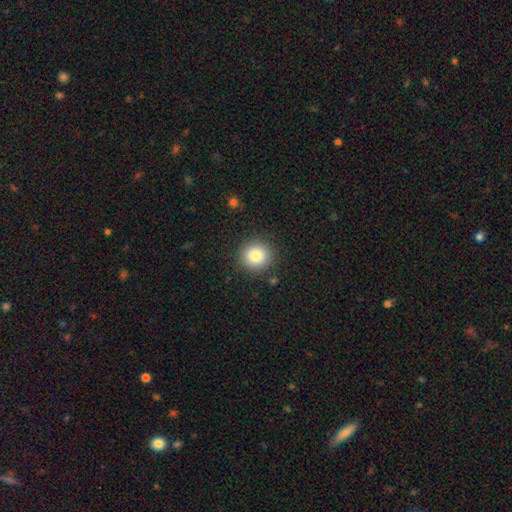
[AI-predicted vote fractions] Smooth or featured: smooth — 84% (star or artifact — 10%)
How rounded: round — 93% (in between — 6%)
Merging: none — 89% (minor disturbance — 7%)